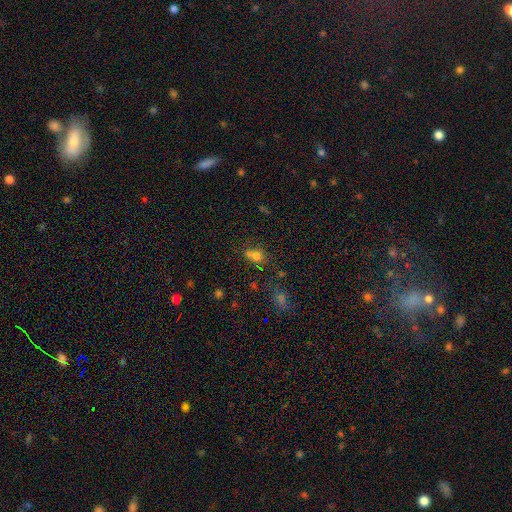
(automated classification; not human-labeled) The model was most divided on "merging": none: 42%, merger: 40%, minor disturbance: 12%, major disturbance: 5%. More confident: smooth or featured — smooth (71%); how rounded — round (65%).